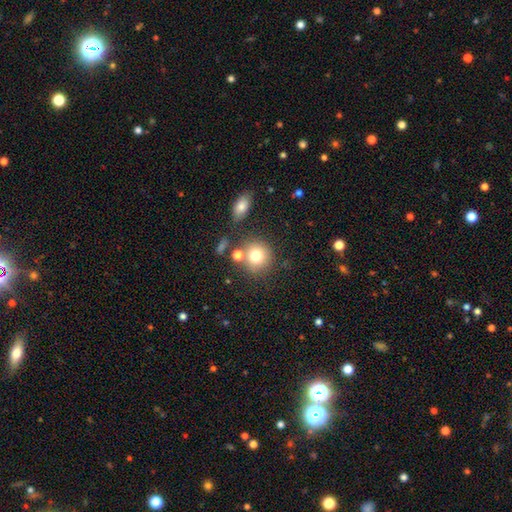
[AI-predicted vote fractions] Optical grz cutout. It shows a smooth galaxy with no disk features (76%) that is round (88%). Merging: none (69%).